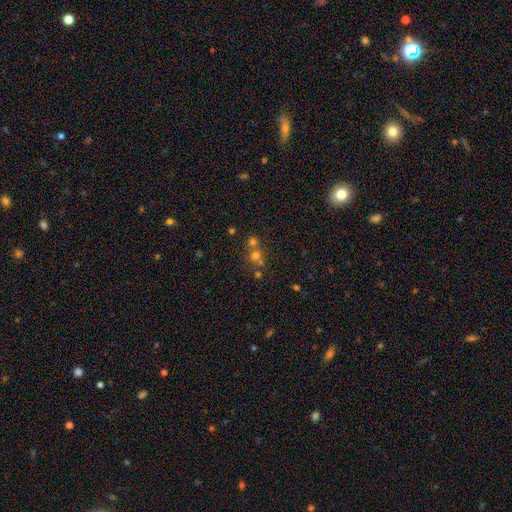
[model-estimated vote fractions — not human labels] Overall: smooth (60%; star or artifact 25%). How rounded: round (87%). Merging: none (49%; merger 41%).